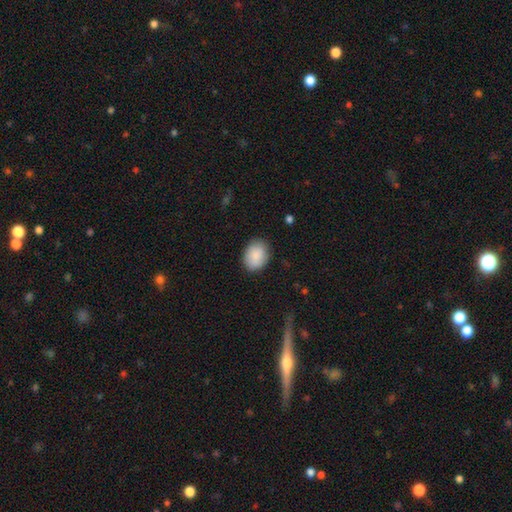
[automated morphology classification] This appears to be a smooth galaxy with no disk features (88%) that is in between round and cigar-shaped (66%). Merging: none (85%).